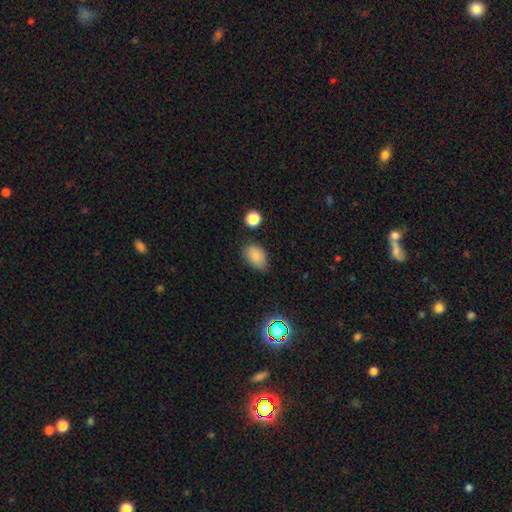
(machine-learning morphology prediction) Smooth or featured? smooth (83%)
How rounded? in between (87%)
Merging? none (72%)